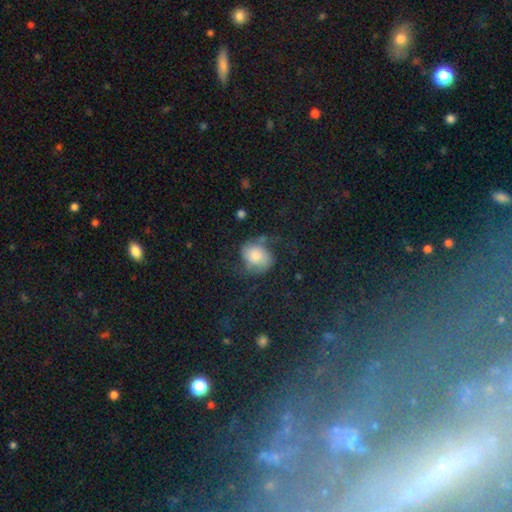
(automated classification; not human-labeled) smooth_or_featured: featured or disk (p=0.48) [alt: smooth p=0.41]
merging: none (p=0.50) [alt: major disturbance p=0.25]